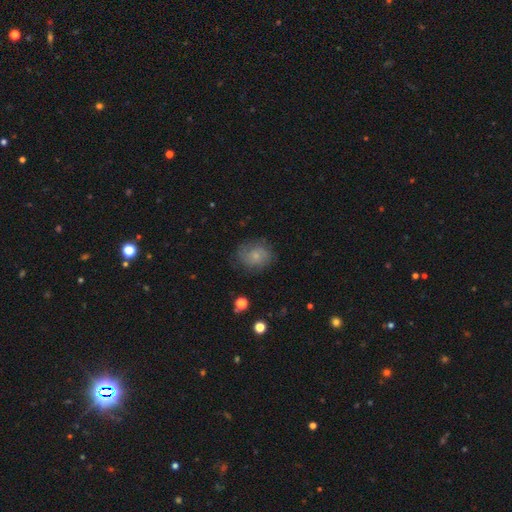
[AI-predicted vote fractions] Smooth or featured: smooth — 55% (featured or disk — 34%)
How rounded: round — 59% (in between — 40%)
Merging: none — 71% (minor disturbance — 20%)